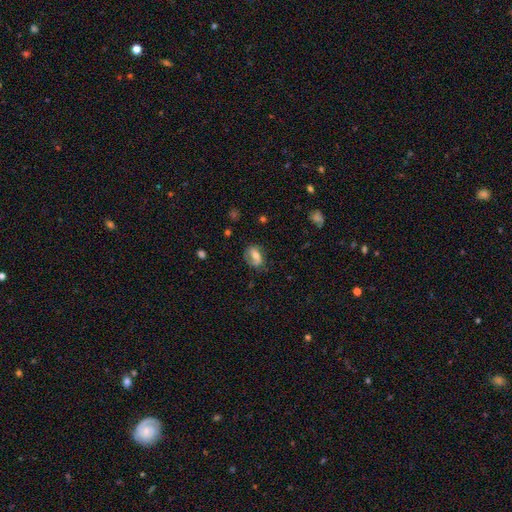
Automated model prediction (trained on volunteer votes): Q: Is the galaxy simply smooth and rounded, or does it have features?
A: smooth — 49%.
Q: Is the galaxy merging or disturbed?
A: none — 62%.